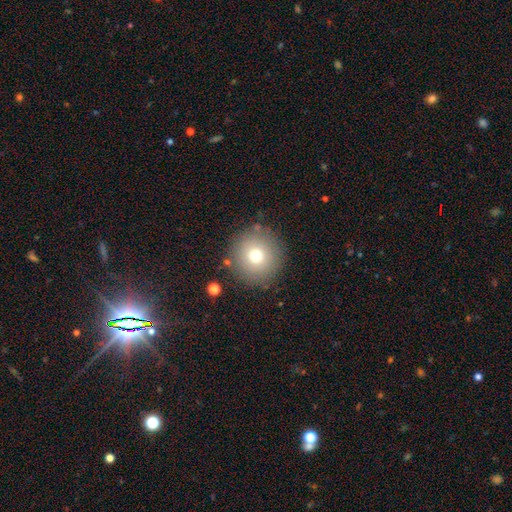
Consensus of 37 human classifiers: Q: Smooth or featured?
A: smooth (84%); runner-up: featured or disk (11%)
Q: How rounded?
A: round (100%)
Q: Merging?
A: none (89%); runner-up: minor disturbance (6%)